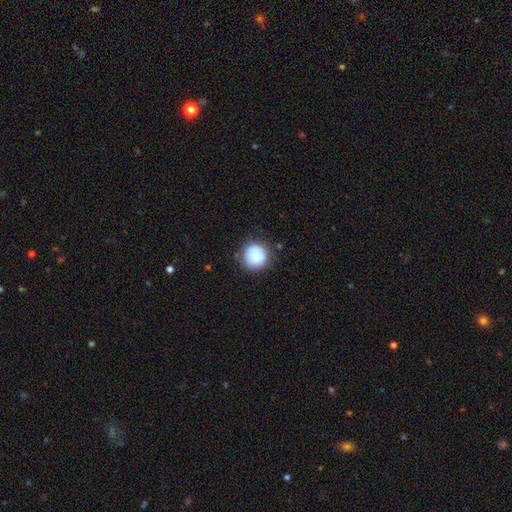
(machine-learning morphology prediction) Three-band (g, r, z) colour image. It shows a smooth galaxy with no disk features (68%) that is round (92%). Merging: none (74%).